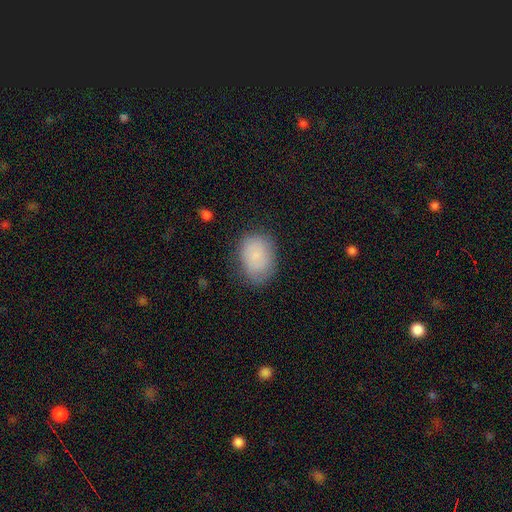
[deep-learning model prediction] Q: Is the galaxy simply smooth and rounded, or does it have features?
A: smooth — 80%.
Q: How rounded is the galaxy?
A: in between — 69%.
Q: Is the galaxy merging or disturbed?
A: none — 72%.